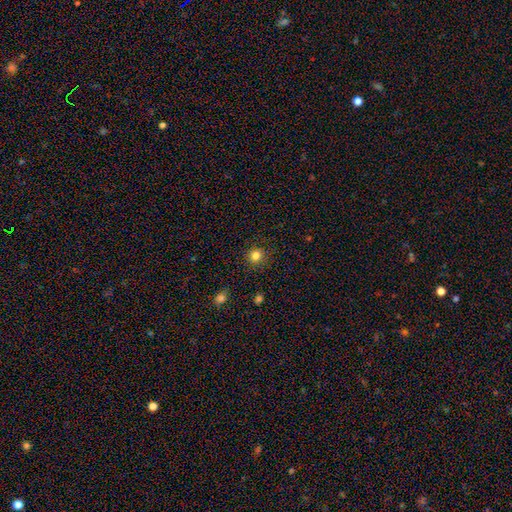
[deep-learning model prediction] Smooth or featured: smooth — 81% (star or artifact — 13%)
How rounded: round — 92% (in between — 7%)
Merging: none — 90% (minor disturbance — 7%)